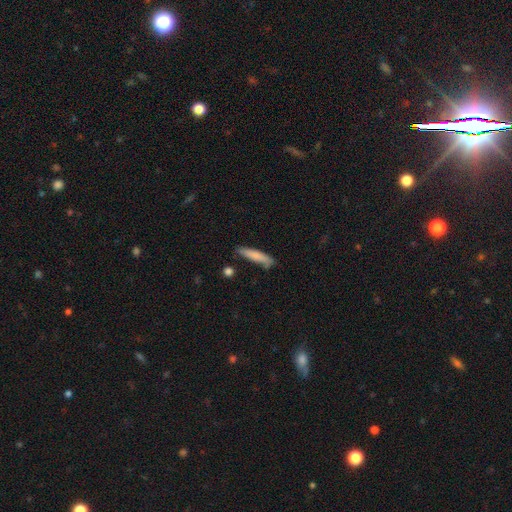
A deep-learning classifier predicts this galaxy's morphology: This is likely a smooth galaxy (79%). How rounded: clearly cigar-shaped (86%). Merging: likely none (73%).